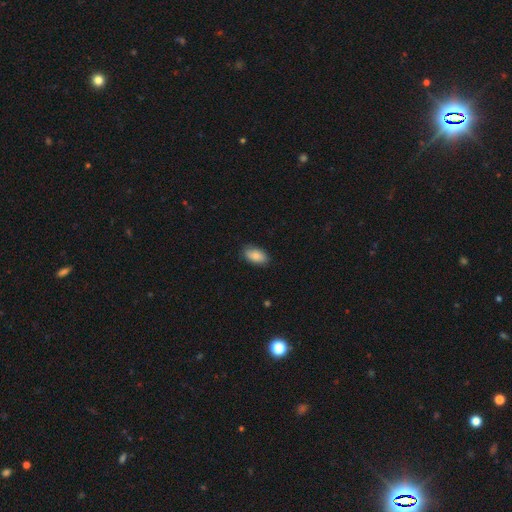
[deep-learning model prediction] A smooth galaxy with no disk features (86%) that is in between round and cigar-shaped (93%).

Vote fractions:
- Smooth or featured? smooth: 86% / featured or disk: 7% / star or artifact: 7%
- How rounded? in between: 93% / round: 5% / cigar-shaped: 2%
- Merging? none: 84% / minor disturbance: 13% / major disturbance: 2% / merger: 1%